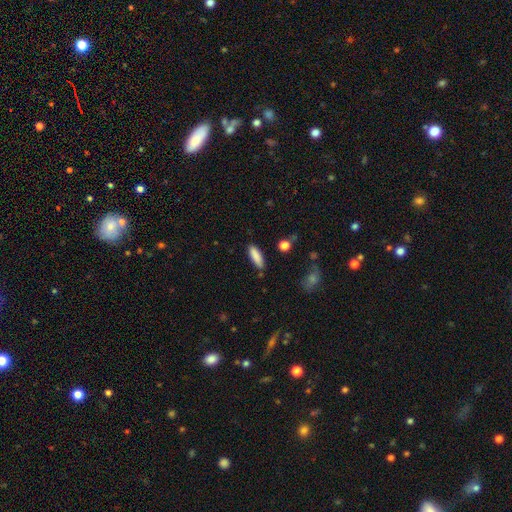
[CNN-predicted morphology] This appears to be a smooth galaxy with no disk features (87%) that is cigar-shaped (51%). Merging: none (84%).